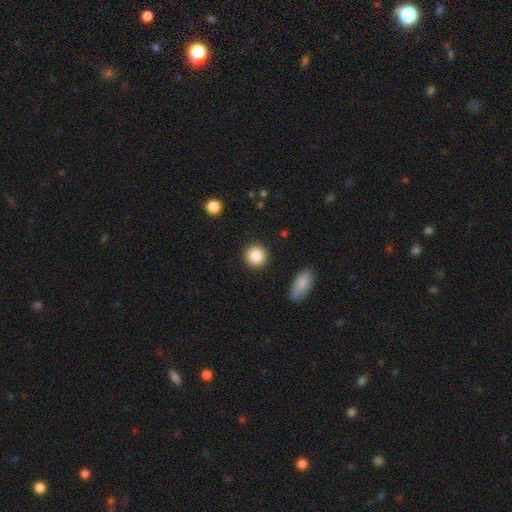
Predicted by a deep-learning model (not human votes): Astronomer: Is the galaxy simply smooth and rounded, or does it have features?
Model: smooth — 87%.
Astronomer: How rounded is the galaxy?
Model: round — 90%.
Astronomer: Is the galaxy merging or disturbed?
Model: none — 90%.